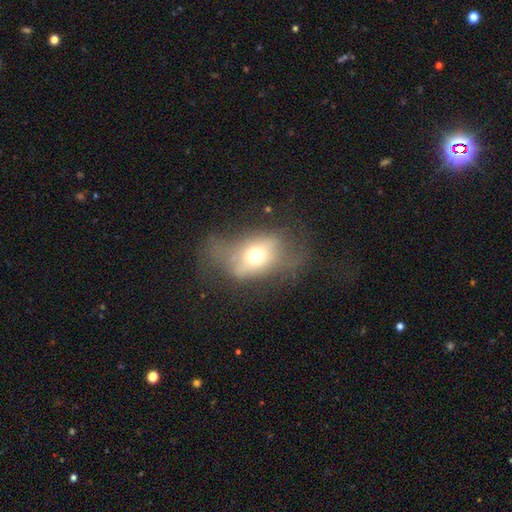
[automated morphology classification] Overall: smooth (49%; featured or disk 39%). Merging: none (43%; major disturbance 31%).